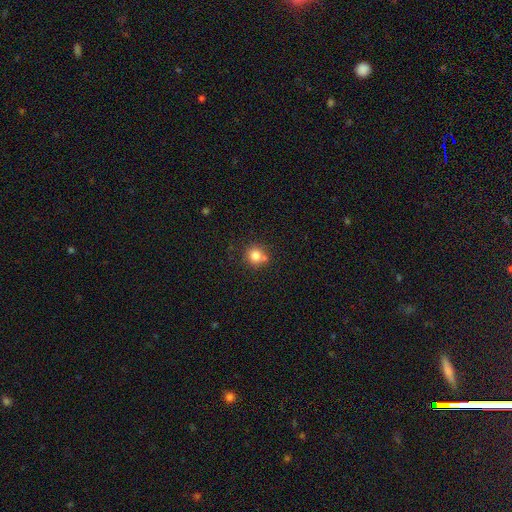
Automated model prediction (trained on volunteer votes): The model was most divided on "merging": none: 64%, merger: 21%, minor disturbance: 12%, major disturbance: 3%. More confident: how rounded — round (89%); smooth or featured — smooth (80%).